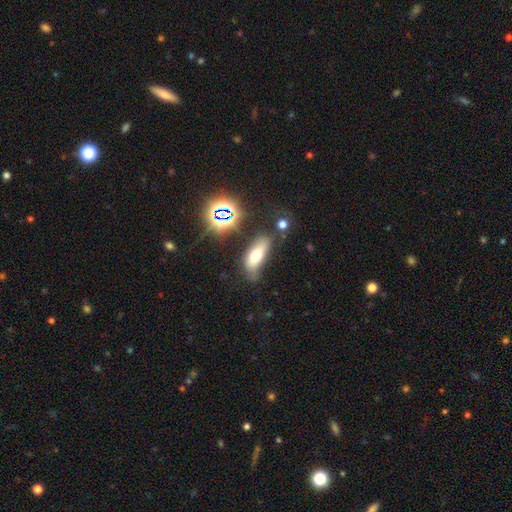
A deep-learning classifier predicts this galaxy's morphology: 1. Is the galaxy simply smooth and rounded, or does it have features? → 62% smooth, 23% featured or disk, 15% star or artifact.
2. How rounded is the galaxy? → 72% in between, 23% cigar-shaped, 5% round.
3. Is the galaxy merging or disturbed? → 61% none, 24% minor disturbance, 10% major disturbance, 6% merger.